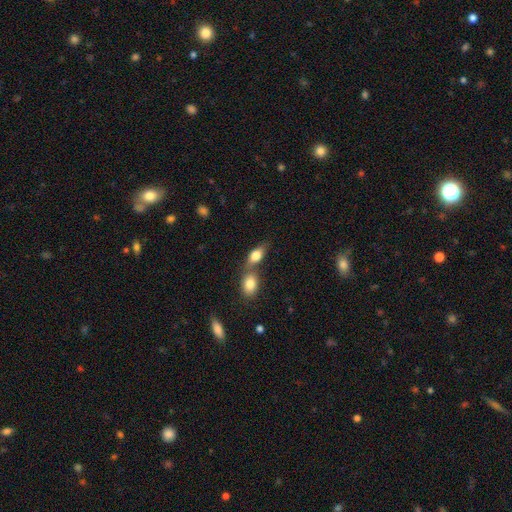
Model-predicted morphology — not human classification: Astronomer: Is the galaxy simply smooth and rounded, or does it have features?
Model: smooth — 77%.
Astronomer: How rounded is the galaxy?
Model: in between — 80%.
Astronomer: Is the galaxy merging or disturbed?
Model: merger — 52% (runner-up: none, 34%).